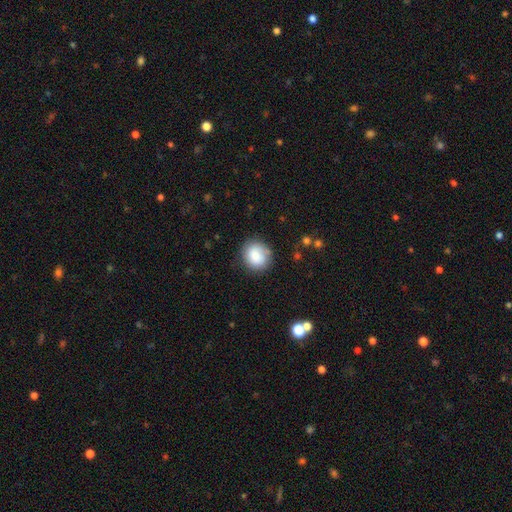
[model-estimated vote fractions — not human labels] Smooth or featured: smooth — 83% (featured or disk — 9%)
How rounded: round — 80% (in between — 19%)
Merging: none — 81% (minor disturbance — 14%)